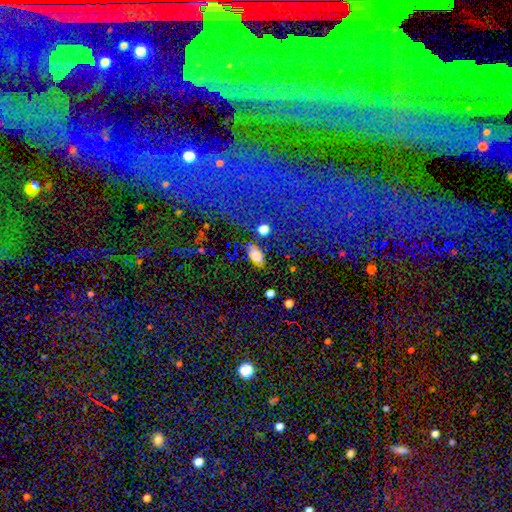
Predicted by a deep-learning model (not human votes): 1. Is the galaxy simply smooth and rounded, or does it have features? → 75% smooth, 15% featured or disk, 11% star or artifact.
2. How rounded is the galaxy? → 87% in between, 7% cigar-shaped, 7% round.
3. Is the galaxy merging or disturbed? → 77% none, 14% minor disturbance, 5% merger, 4% major disturbance.